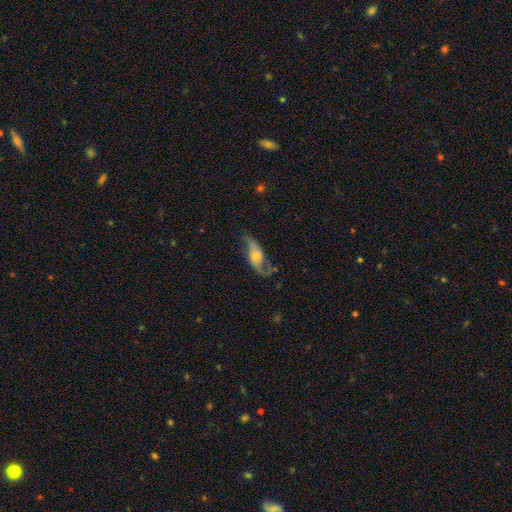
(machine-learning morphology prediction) smooth_or_featured: featured or disk (p=0.77) [alt: smooth p=0.17]
disk_edge_on: no (p=0.92) [alt: yes p=0.08]
bar: no (p=0.59) [alt: weak p=0.31]
has_spiral_arms: yes (p=0.92) [alt: no p=0.08]
spiral_winding: loose (p=0.73) [alt: medium p=0.21]
spiral_arm_count: 2 (p=0.89) [alt: 1 p=0.04]
bulge_size: moderate (p=0.42) [alt: small p=0.38]
merging: none (p=0.61) [alt: minor disturbance p=0.21]